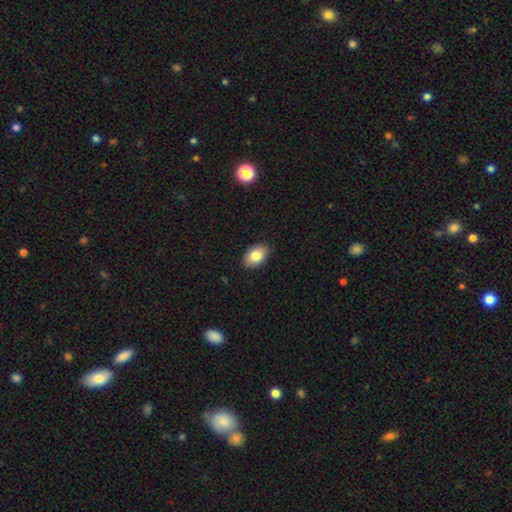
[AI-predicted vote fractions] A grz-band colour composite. It shows a smooth galaxy with no disk features (83%) that is in between round and cigar-shaped (88%). Merging: none (87%).